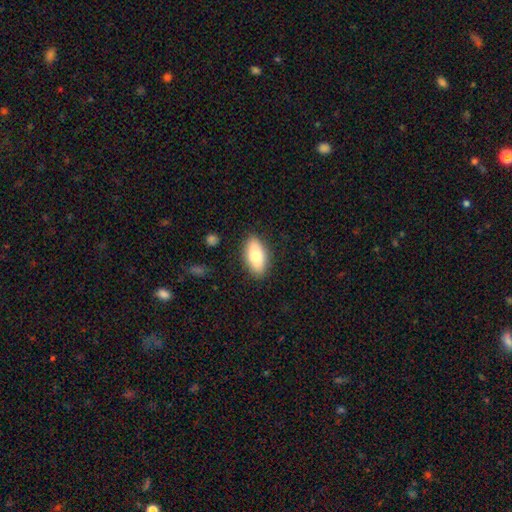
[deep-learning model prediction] The model was most divided on "smooth or featured": smooth: 76%, featured or disk: 17%, star or artifact: 7%. More confident: how rounded — in between (87%); merging — none (86%).